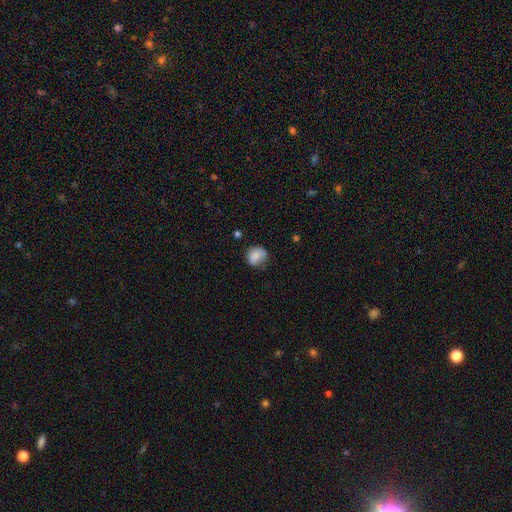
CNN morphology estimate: Smooth or featured? Predicted: smooth (p=0.78). How rounded? Predicted: round (p=0.76). Merging? Predicted: none (p=0.66).